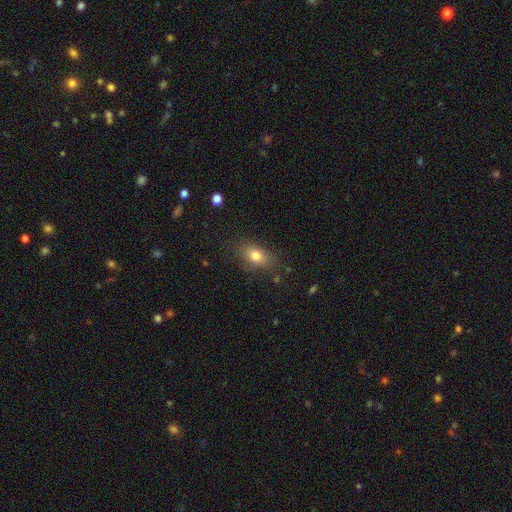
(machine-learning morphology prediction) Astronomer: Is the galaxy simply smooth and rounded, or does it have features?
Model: smooth — 78%.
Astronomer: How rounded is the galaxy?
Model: in between — 81%.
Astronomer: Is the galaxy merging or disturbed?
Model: none — 78%.